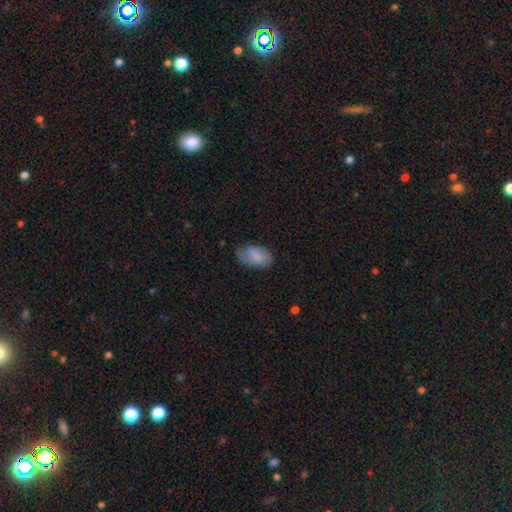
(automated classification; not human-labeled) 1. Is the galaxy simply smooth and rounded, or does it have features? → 80% smooth, 13% featured or disk, 7% star or artifact.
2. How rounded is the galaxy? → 93% in between, 6% round, 1% cigar-shaped.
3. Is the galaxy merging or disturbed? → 59% none, 30% minor disturbance, 9% major disturbance, 2% merger.